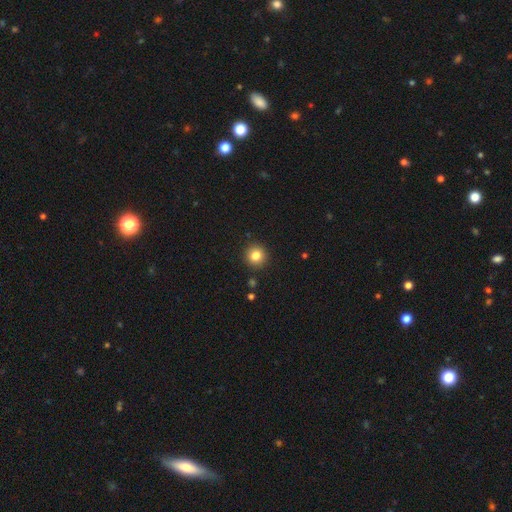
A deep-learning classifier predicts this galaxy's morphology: This is clearly a smooth galaxy (82%). How rounded: clearly round (93%). Merging: clearly none (91%).